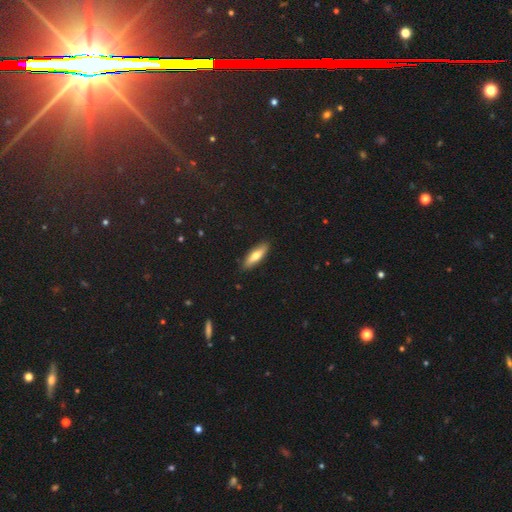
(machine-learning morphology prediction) The model was most divided on "how rounded": cigar-shaped: 56%, in between: 42%, round: 2%. More confident: merging — none (89%); smooth or featured — smooth (64%).